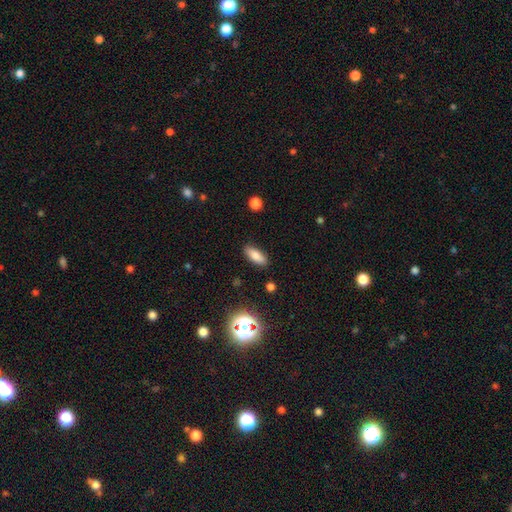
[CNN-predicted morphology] smooth_or_featured: smooth (p=0.81) [alt: star or artifact p=0.09]
how_rounded: in between (p=0.74) [alt: cigar-shaped p=0.23]
merging: none (p=0.87) [alt: minor disturbance p=0.09]